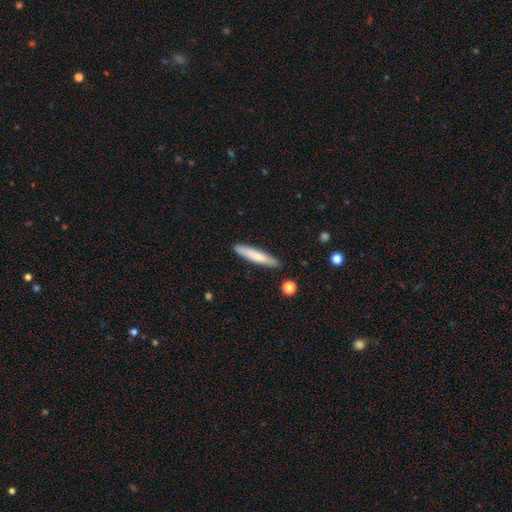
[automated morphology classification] smooth-or-featured: smooth: 70% | featured or disk: 24% | star or artifact: 6%
  how-rounded: cigar-shaped: 90% | in between: 8% | round: 1%
  merging: none: 87% | minor disturbance: 9% | merger: 2% | major disturbance: 2%